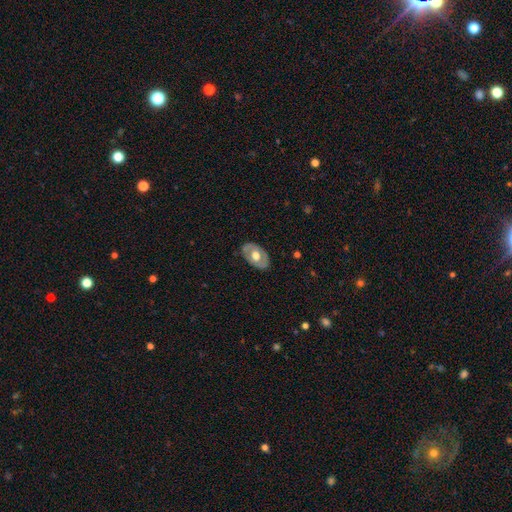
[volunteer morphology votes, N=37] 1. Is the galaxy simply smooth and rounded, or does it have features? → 49% featured or disk, 46% smooth, 5% star or artifact.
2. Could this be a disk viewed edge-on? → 94% no, 6% yes.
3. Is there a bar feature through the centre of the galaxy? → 82% no, 12% weak, 6% strong.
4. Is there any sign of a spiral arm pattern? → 94% no, 6% yes.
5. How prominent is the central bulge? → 53% moderate, 41% large, 6% small, 0% dominant, 0% none.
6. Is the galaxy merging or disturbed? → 83% none, 17% minor disturbance, 0% major disturbance, 0% merger.